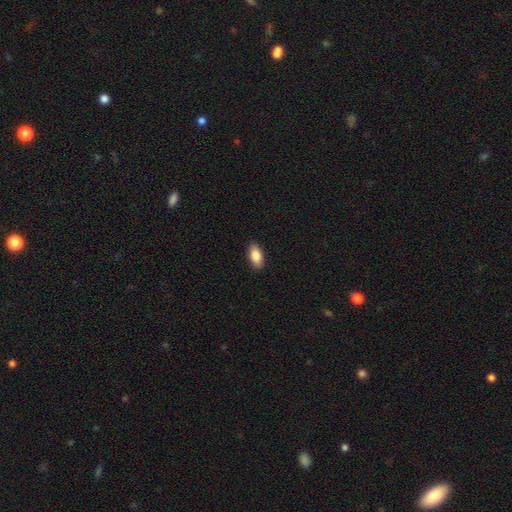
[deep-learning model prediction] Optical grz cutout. It shows a smooth galaxy with no disk features (85%) that is in between round and cigar-shaped (91%). Merging: none (89%).